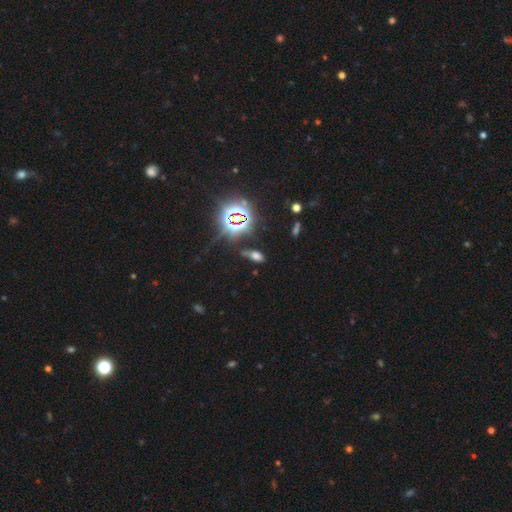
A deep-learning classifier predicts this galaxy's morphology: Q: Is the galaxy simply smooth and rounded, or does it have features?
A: smooth — 47%.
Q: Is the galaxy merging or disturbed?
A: none — 66%.